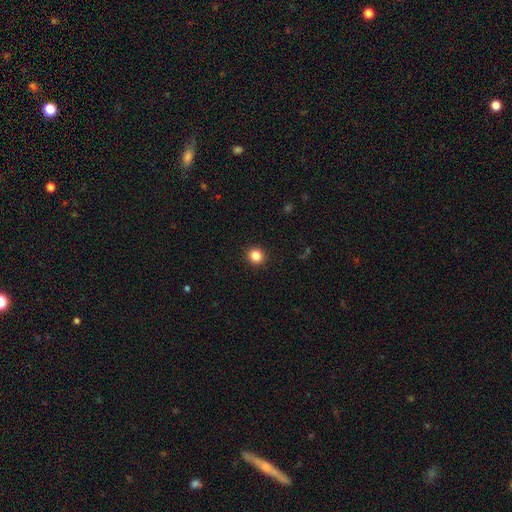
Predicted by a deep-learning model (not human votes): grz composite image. It shows a smooth galaxy with no disk features (84%) that is round (91%). Merging: none (93%).